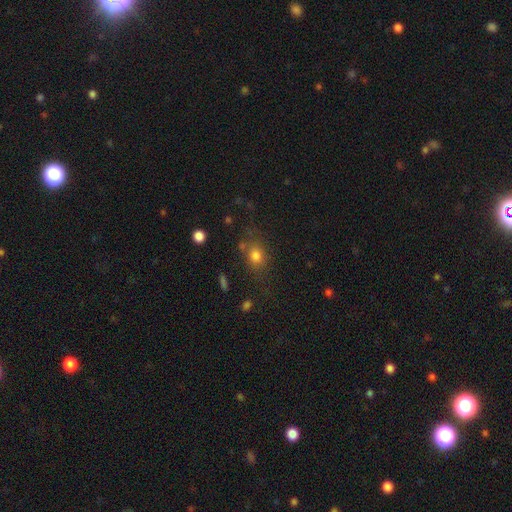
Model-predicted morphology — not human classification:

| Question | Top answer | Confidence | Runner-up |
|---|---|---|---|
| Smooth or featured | smooth | 75% | star or artifact (14%) |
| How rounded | round | 49% | tied: in between (49%) |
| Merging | none | 69% | minor disturbance (17%) |